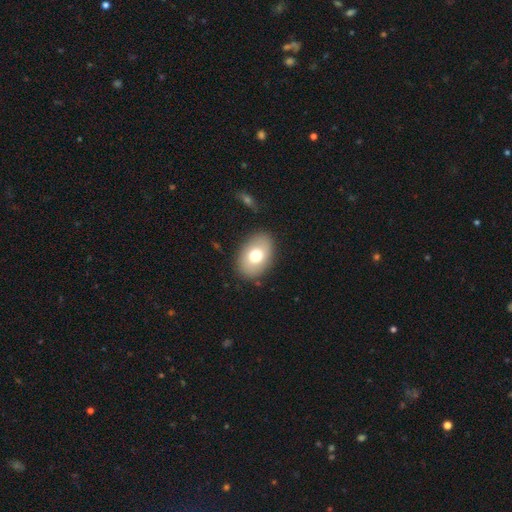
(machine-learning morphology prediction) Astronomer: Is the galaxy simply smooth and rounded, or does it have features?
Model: smooth — 71%.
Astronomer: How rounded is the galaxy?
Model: in between — 83%.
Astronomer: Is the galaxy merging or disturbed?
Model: none — 87%.